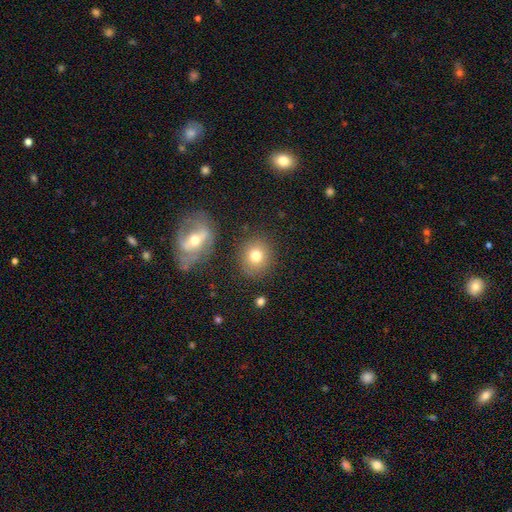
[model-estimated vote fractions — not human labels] Smooth or featured? smooth (76%)
How rounded? round (76%)
Merging? none (81%)